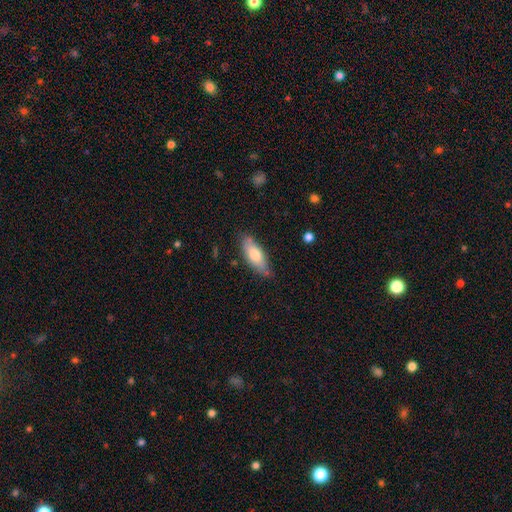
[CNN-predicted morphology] Smooth or featured: smooth — 70% (featured or disk — 24%)
How rounded: in between — 67% (cigar-shaped — 31%)
Merging: none — 77% (minor disturbance — 18%)